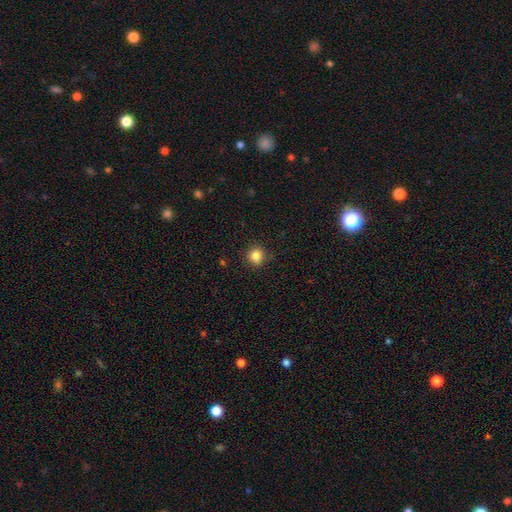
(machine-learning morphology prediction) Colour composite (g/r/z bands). It shows a smooth galaxy with no disk features (84%) that is round (86%). Merging: none (84%).